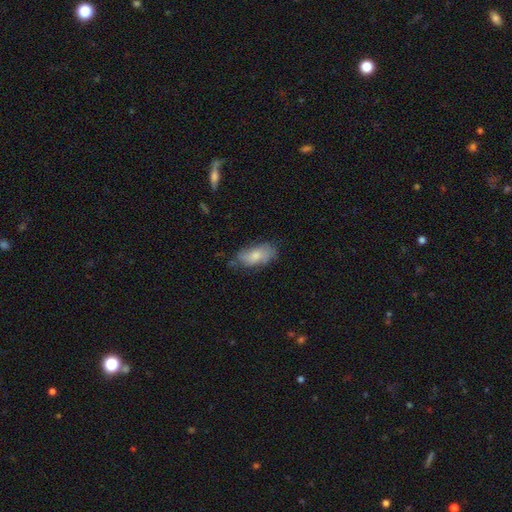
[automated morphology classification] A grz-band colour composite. It shows a smooth galaxy with no disk features (68%) that is in between round and cigar-shaped (88%). Merging: none (60%).